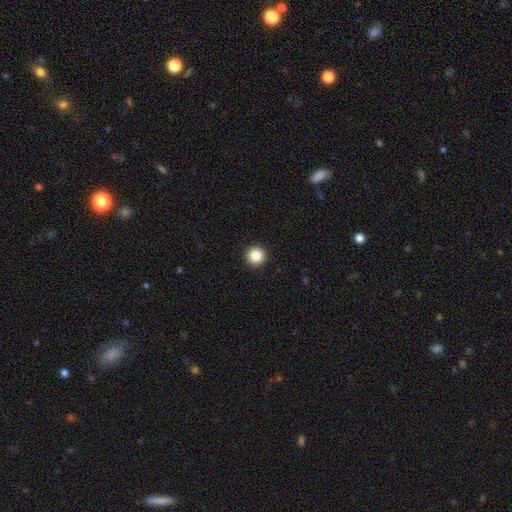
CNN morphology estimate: This is clearly a smooth galaxy (86%). How rounded: clearly round (96%). Merging: clearly none (94%).